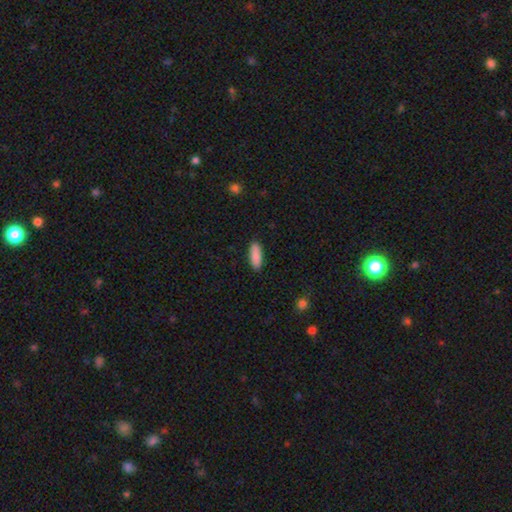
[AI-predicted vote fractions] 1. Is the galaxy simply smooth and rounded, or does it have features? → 89% smooth, 6% star or artifact, 5% featured or disk.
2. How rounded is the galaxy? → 59% in between, 39% cigar-shaped, 2% round.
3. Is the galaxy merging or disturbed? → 88% none, 8% minor disturbance, 2% major disturbance, 1% merger.